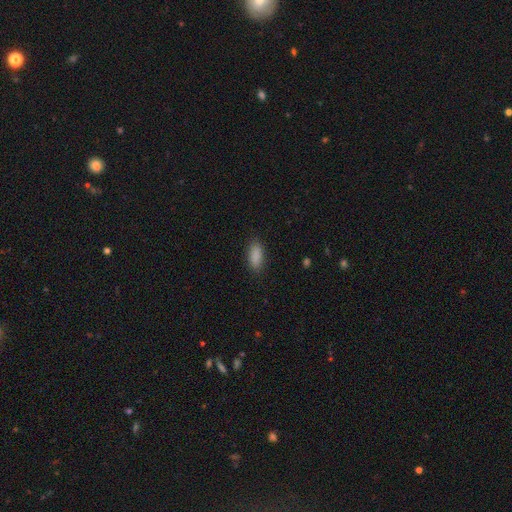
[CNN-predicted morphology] Smooth or featured? smooth (89%)
How rounded? in between (84%)
Merging? none (86%)